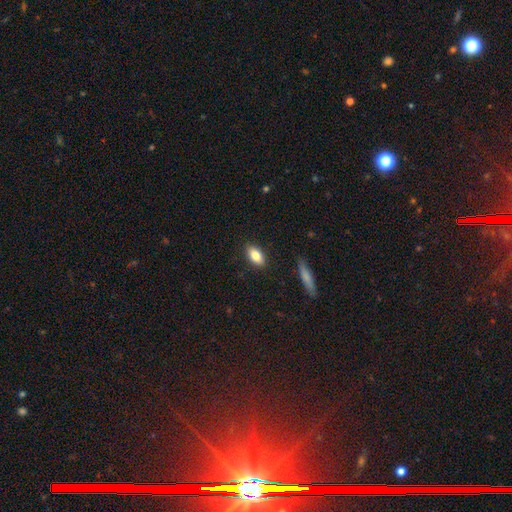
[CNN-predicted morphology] Smooth or featured: smooth — 82% (featured or disk — 11%)
How rounded: in between — 88% (cigar-shaped — 7%)
Merging: none — 87% (minor disturbance — 9%)